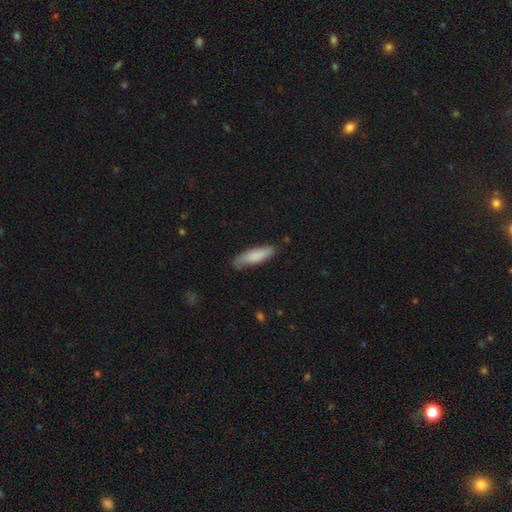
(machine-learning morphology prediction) smooth_or_featured: smooth (p=0.84) [alt: featured or disk p=0.11]
how_rounded: cigar-shaped (p=0.65) [alt: in between p=0.34]
merging: none (p=0.77) [alt: minor disturbance p=0.18]